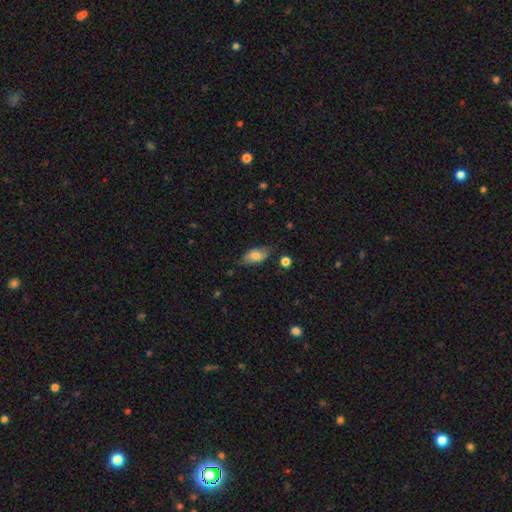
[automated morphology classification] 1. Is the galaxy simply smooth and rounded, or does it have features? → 74% smooth, 19% featured or disk, 8% star or artifact.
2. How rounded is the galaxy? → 88% in between, 7% cigar-shaped, 6% round.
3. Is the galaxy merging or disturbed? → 68% none, 24% minor disturbance, 6% major disturbance, 2% merger.